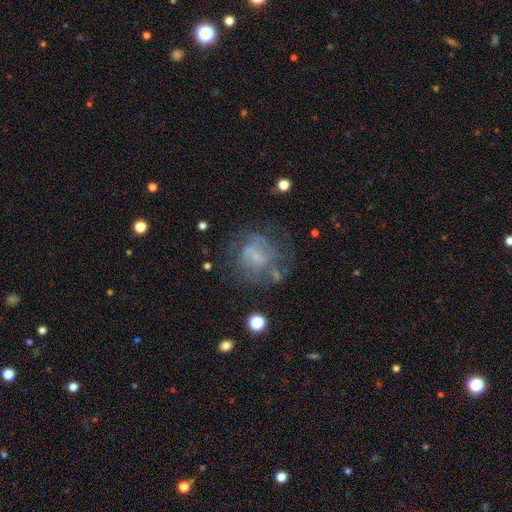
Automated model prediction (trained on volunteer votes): smooth_or_featured: featured or disk (p=0.60) [alt: smooth p=0.27]
disk_edge_on: no (p=0.98) [alt: yes p=0.02]
bar: no (p=0.59) [alt: weak p=0.34]
has_spiral_arms: yes (p=0.56) [alt: no p=0.44]
bulge_size: small (p=0.42) [alt: none p=0.38]
merging: none (p=0.54) [alt: major disturbance p=0.22]